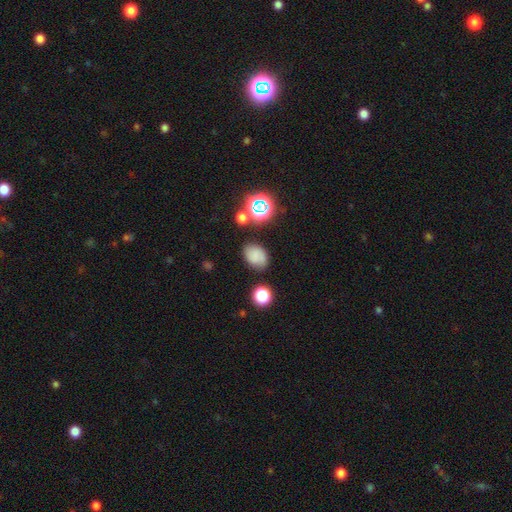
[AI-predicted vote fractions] Overall: smooth (75%). How rounded: in between (75%). Merging: none (74%).